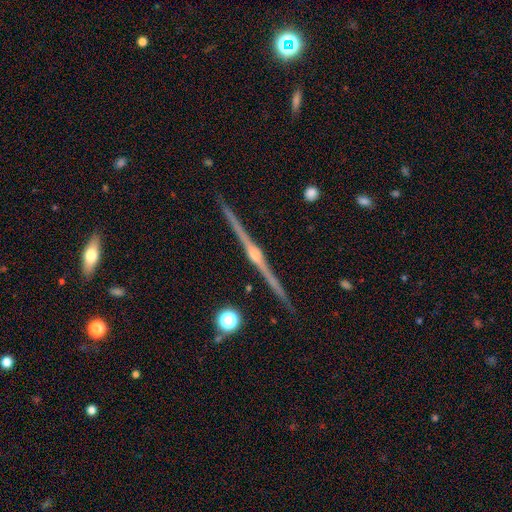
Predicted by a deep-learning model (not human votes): smooth-or-featured: featured or disk: 90% | star or artifact: 5% | smooth: 5%
  disk-edge-on: yes: 99% | no: 1%
    edge-on-bulge: rounded: 90% | none: 5% | boxy: 4%
  merging: none: 93% | minor disturbance: 5% | merger: 1% | major disturbance: 1%